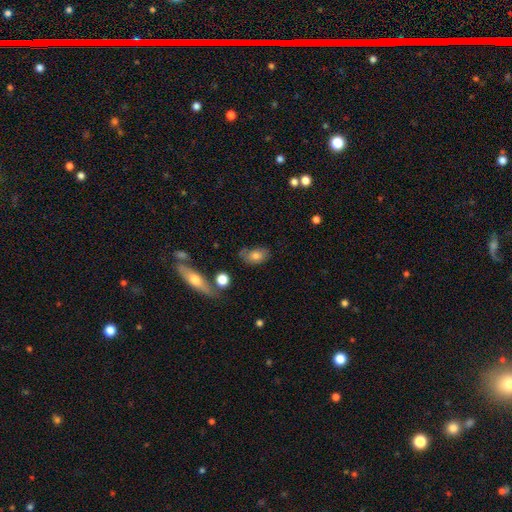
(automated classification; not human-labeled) Smooth or featured? Predicted: smooth (p=0.75). How rounded? Predicted: in between (p=0.86). Merging? Predicted: none (p=0.58).